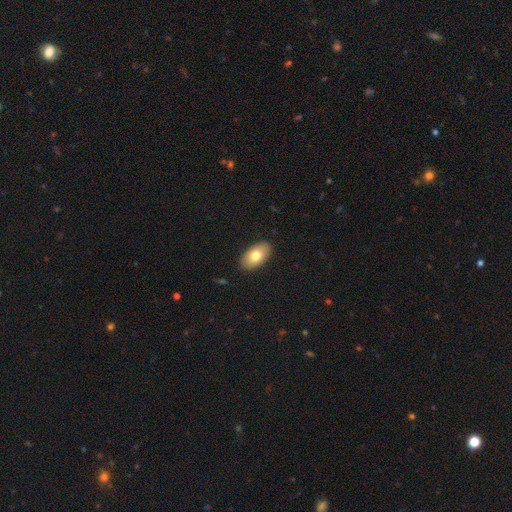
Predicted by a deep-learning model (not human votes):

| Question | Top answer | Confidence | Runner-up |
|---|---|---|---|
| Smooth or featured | smooth | 76% | featured or disk (17%) |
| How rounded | in between | 94% | round (4%) |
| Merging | none | 89% | minor disturbance (8%) |